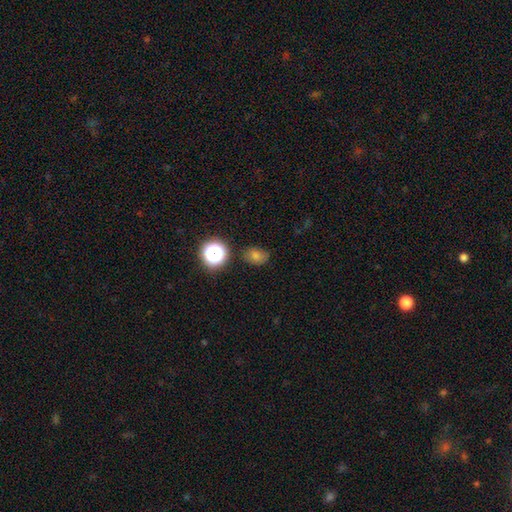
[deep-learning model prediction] smooth 65%, star or artifact 27%, featured or disk 9%. Down the decision tree: how rounded — round (52%); merging — none (81%).